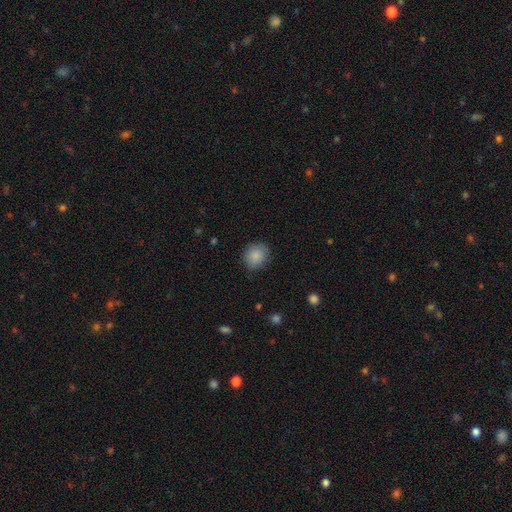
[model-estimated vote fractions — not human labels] Smooth or featured: smooth — 87% (star or artifact — 8%)
How rounded: round — 76% (in between — 23%)
Merging: none — 83% (minor disturbance — 13%)